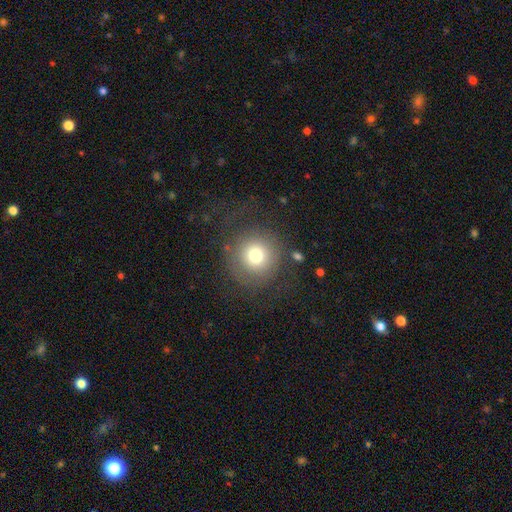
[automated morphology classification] A smooth galaxy with no disk features (69%) that is round (94%).

Vote fractions:
- Smooth or featured? smooth: 69% / featured or disk: 20% / star or artifact: 12%
- How rounded? round: 94% / in between: 5% / cigar-shaped: 1%
- Merging? none: 69% / major disturbance: 17% / minor disturbance: 12% / merger: 2%